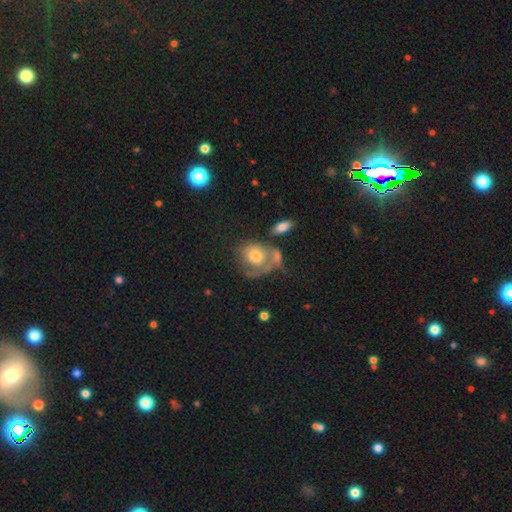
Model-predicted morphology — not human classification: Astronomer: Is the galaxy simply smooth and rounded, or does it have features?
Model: smooth — 49% (runner-up: featured or disk, 42%).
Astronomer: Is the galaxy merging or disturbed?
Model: none — 31% (runner-up: major disturbance, 28%).